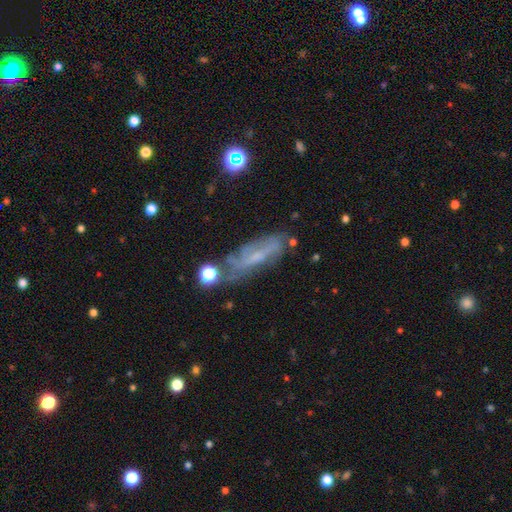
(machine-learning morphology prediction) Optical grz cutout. It shows a featured or disk galaxy (63%). Merging: none (63%).